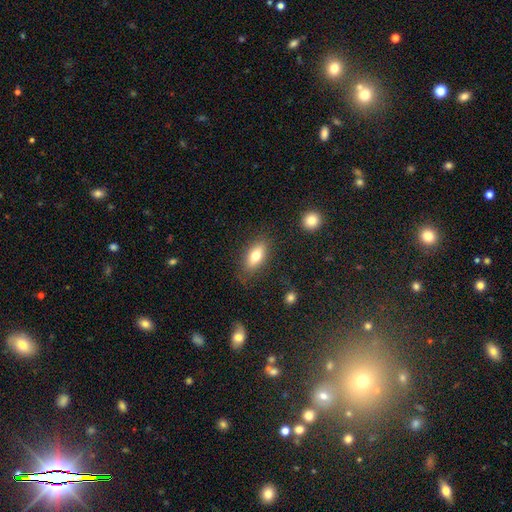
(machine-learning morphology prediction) A smooth galaxy with no disk features (72%) that is in between round and cigar-shaped (79%).

Vote fractions:
- Smooth or featured? smooth: 72% / featured or disk: 21% / star or artifact: 8%
- How rounded? in between: 79% / cigar-shaped: 16% / round: 4%
- Merging? none: 80% / minor disturbance: 14% / major disturbance: 4% / merger: 2%